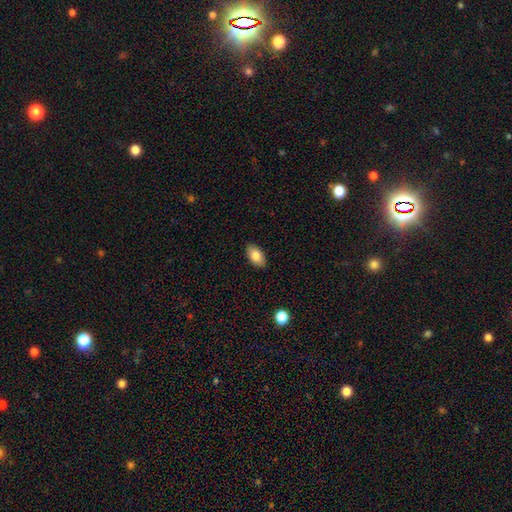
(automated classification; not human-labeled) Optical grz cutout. It shows a smooth galaxy with no disk features (81%) that is in between round and cigar-shaped (93%). Merging: none (89%).